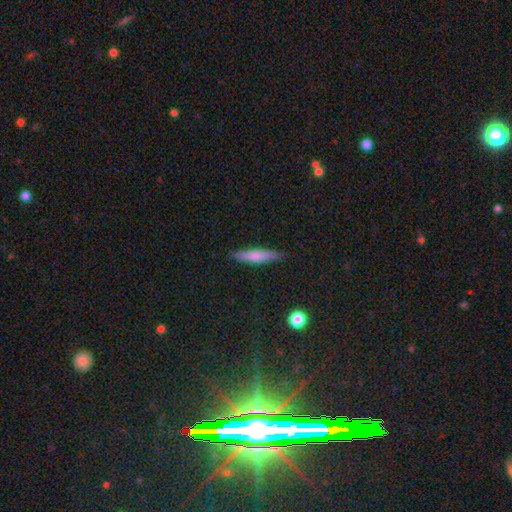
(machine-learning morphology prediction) This appears to be a smooth galaxy with no disk features (69%) that is cigar-shaped (81%). Merging: none (85%).